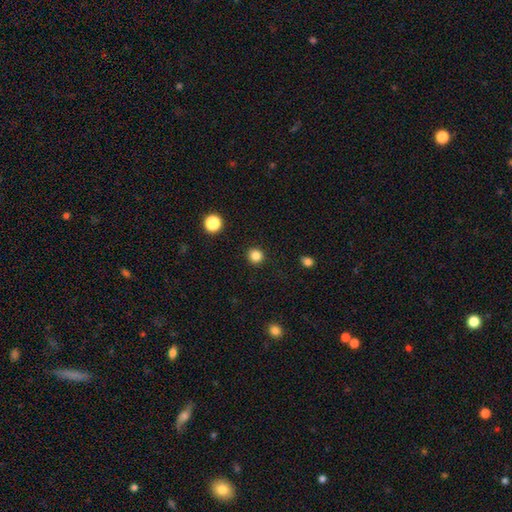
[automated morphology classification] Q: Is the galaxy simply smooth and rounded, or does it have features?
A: smooth — 84%.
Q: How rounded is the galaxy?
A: round — 93%.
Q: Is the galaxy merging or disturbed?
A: none — 92%.